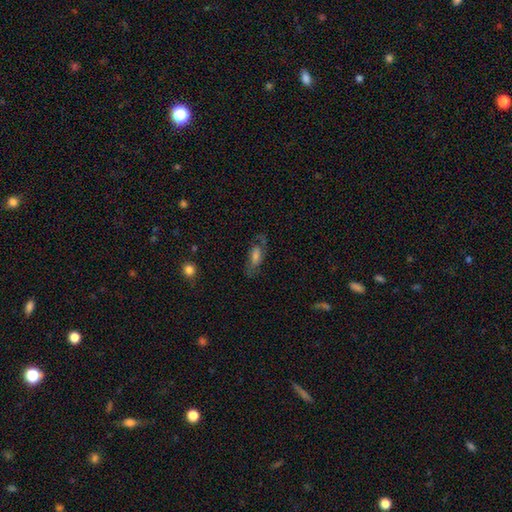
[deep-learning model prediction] Smooth or featured? featured or disk (55%)
Edge-on disk? no (82%)
Merging? none (67%)